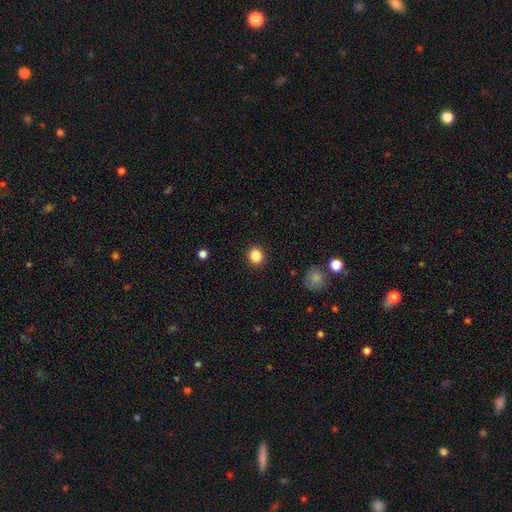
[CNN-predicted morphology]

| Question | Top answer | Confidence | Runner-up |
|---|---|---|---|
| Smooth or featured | smooth | 86% | star or artifact (10%) |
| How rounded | round | 86% | in between (13%) |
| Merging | none | 91% | minor disturbance (6%) |